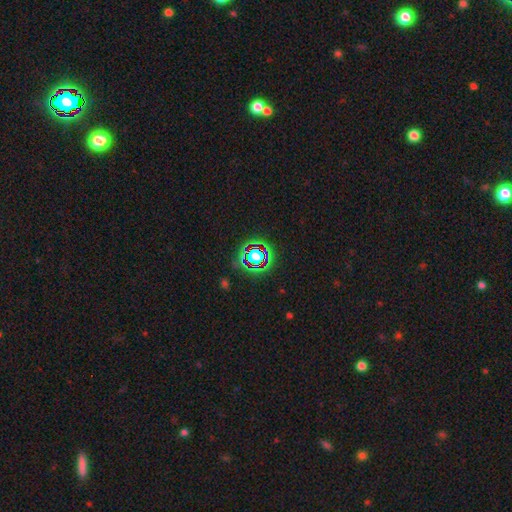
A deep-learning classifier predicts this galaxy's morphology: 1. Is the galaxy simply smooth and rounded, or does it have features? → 64% star or artifact, 23% smooth, 13% featured or disk.